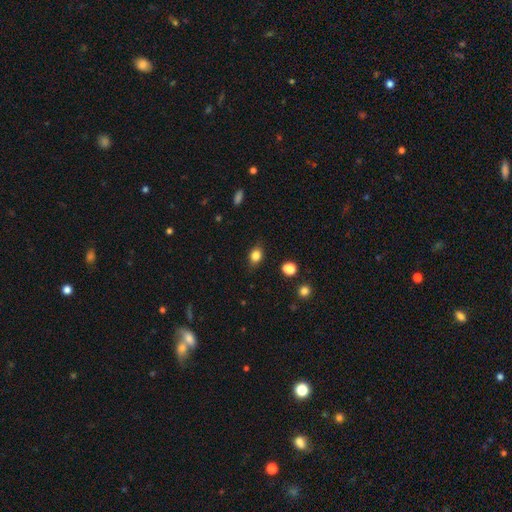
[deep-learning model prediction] smooth-or-featured: smooth: 82% | star or artifact: 11% | featured or disk: 7%
  how-rounded: in between: 62% | round: 37% | cigar-shaped: 2%
  merging: none: 81% | minor disturbance: 14% | major disturbance: 3% | merger: 1%